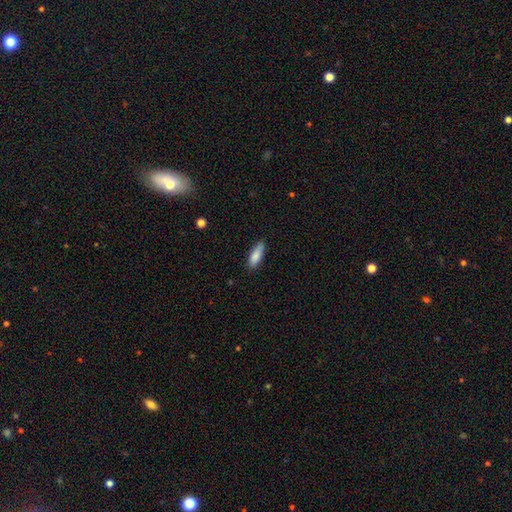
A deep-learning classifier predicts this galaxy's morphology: smooth_or_featured: smooth (p=0.85) [alt: featured or disk p=0.09]
how_rounded: in between (p=0.60) [alt: cigar-shaped p=0.39]
merging: none (p=0.80) [alt: minor disturbance p=0.16]